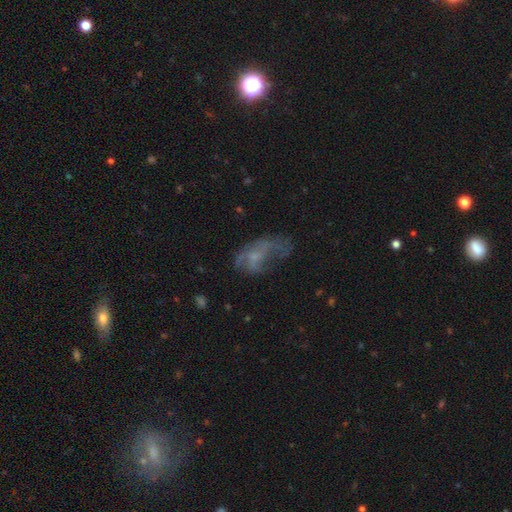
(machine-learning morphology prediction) Smooth or featured? Predicted: featured or disk (p=0.52). Edge-on disk? Predicted: no (p=0.96). Merging? Predicted: major disturbance (p=0.41).